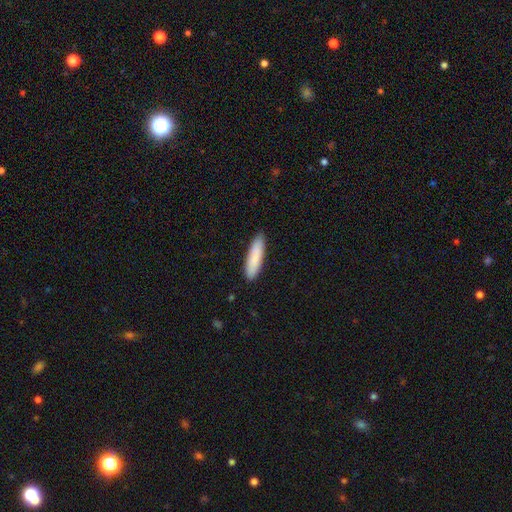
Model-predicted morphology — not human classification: smooth 86%, featured or disk 9%, star or artifact 5%. Down the decision tree: how rounded — cigar-shaped (71%); merging — none (88%).